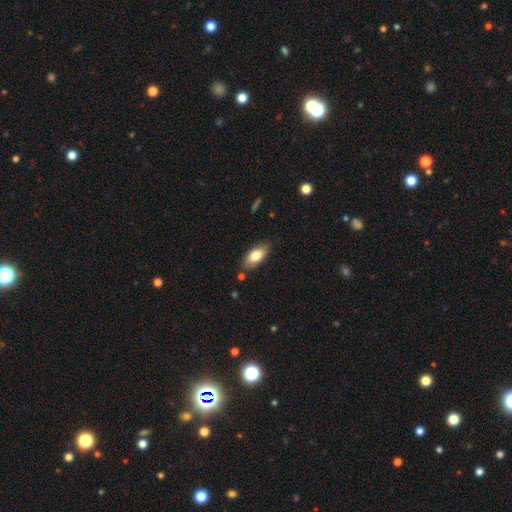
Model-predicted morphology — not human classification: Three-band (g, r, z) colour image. It shows a smooth galaxy with no disk features (77%) that is in between round and cigar-shaped (88%). Merging: none (81%).